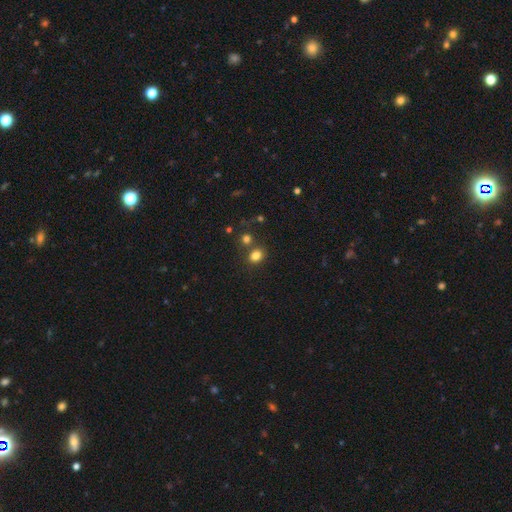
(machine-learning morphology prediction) smooth_or_featured: smooth (p=0.81) [alt: star or artifact p=0.13]
how_rounded: round (p=0.51) [alt: in between p=0.48]
merging: none (p=0.66) [alt: merger p=0.19]